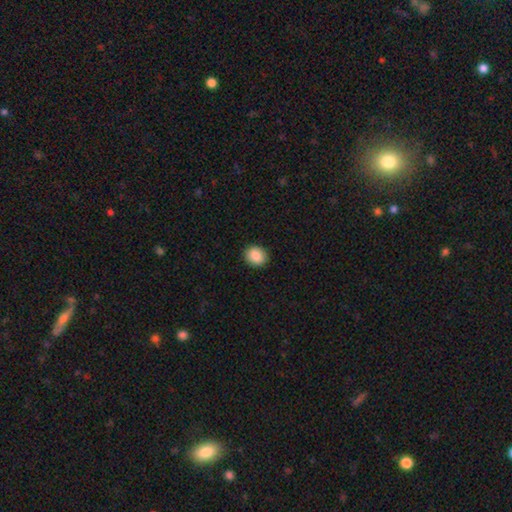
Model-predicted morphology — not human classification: A smooth galaxy with no disk features (87%) that is round (63%).

Vote fractions:
- Smooth or featured? smooth: 87% / star or artifact: 8% / featured or disk: 5%
- How rounded? round: 63% / in between: 36% / cigar-shaped: 1%
- Merging? none: 91% / minor disturbance: 7% / major disturbance: 2% / merger: 1%